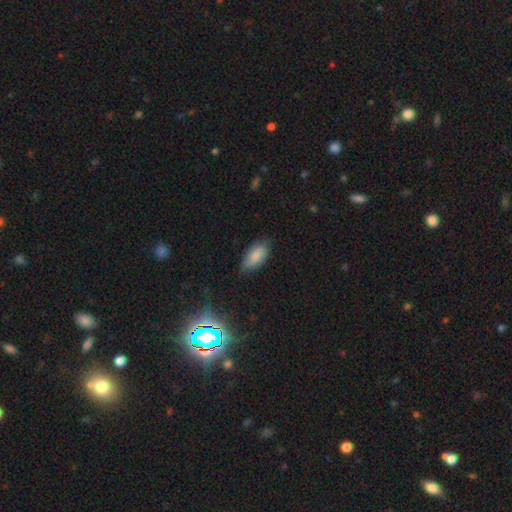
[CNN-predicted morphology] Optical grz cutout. It shows a smooth galaxy with no disk features (83%) that is in between round and cigar-shaped (90%). Merging: none (72%).